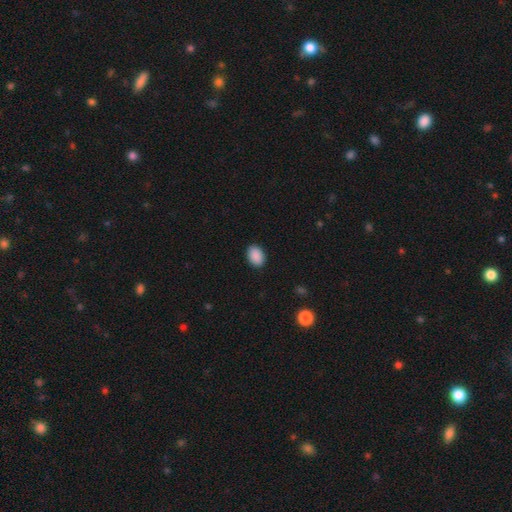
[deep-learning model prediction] Smooth or featured?
  - smooth: 90% *
  - star or artifact: 7%
  - featured or disk: 3%
How rounded?
  - in between: 82% *
  - round: 17%
  - cigar-shaped: 1%
Merging?
  - none: 90% *
  - minor disturbance: 7%
  - major disturbance: 2%
  - merger: 1%